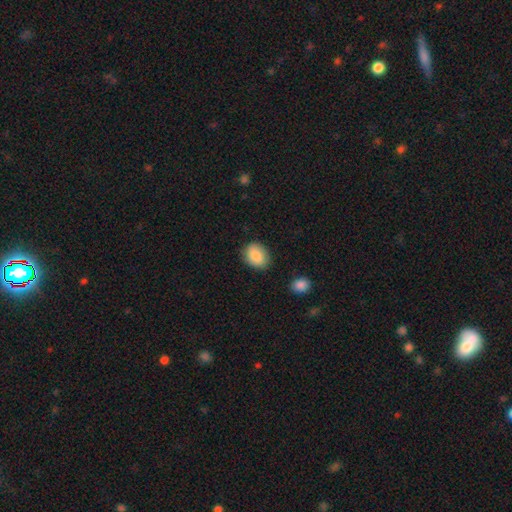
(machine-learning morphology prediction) smooth 88%, star or artifact 7%, featured or disk 5%. Down the decision tree: how rounded — in between (56%); merging — none (82%).